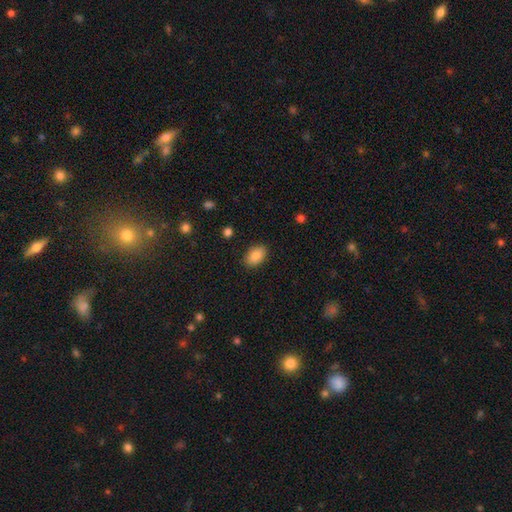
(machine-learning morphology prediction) A smooth galaxy with no disk features (88%) that is in between round and cigar-shaped (91%).

Vote fractions:
- Smooth or featured? smooth: 88% / star or artifact: 7% / featured or disk: 5%
- How rounded? in between: 91% / round: 8% / cigar-shaped: 1%
- Merging? none: 88% / minor disturbance: 9% / major disturbance: 2% / merger: 1%